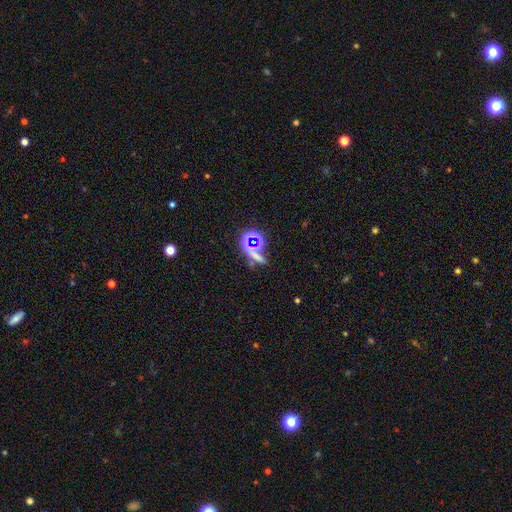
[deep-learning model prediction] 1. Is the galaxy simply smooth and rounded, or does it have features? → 55% star or artifact, 32% smooth, 13% featured or disk.